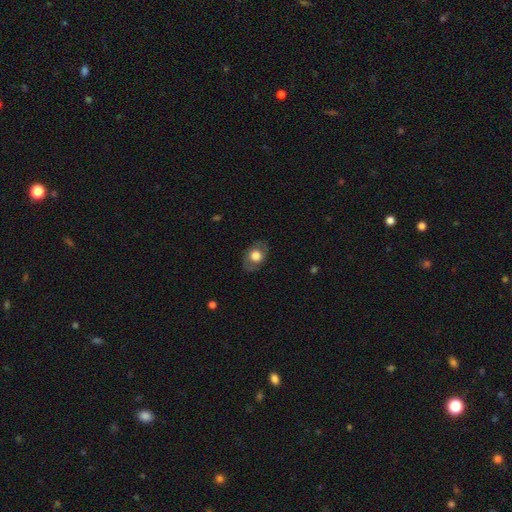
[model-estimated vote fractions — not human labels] A smooth galaxy with no disk features (64%) that is in between round and cigar-shaped (64%).

Vote fractions:
- Smooth or featured? smooth: 64% / featured or disk: 29% / star or artifact: 7%
- How rounded? in between: 64% / round: 35% / cigar-shaped: 1%
- Merging? none: 79% / minor disturbance: 14% / major disturbance: 6% / merger: 1%